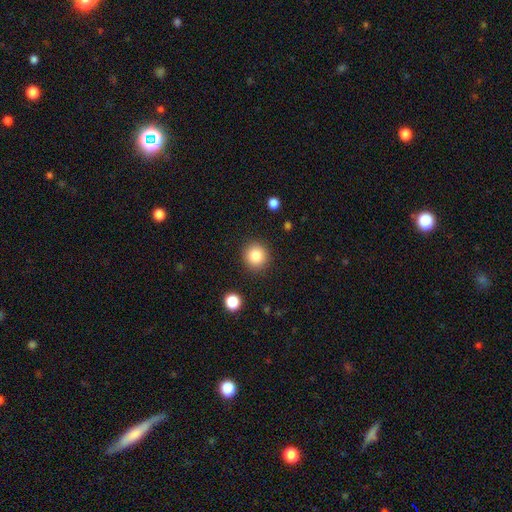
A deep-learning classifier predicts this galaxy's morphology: Overall: smooth (84%). How rounded: round (92%). Merging: none (89%).